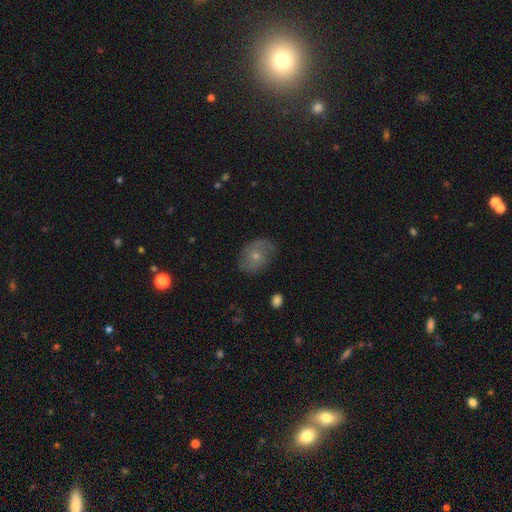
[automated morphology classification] This appears to be a featured or disk galaxy (48%). Merging: none (69%).